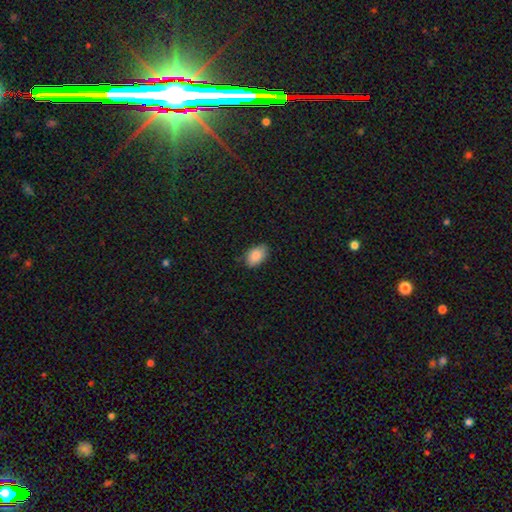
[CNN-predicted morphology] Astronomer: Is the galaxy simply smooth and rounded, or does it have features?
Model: smooth — 87%.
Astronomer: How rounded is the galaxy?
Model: in between — 91%.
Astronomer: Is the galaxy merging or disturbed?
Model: none — 80%.